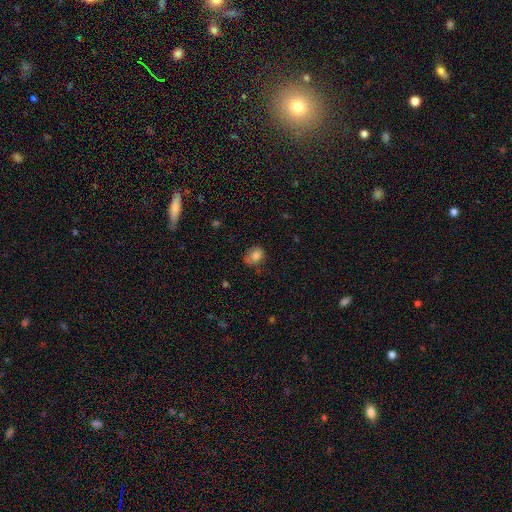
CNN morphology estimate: Overall: smooth (81%). How rounded: in between (61%; round 37%). Merging: none (58%; minor disturbance 29%).